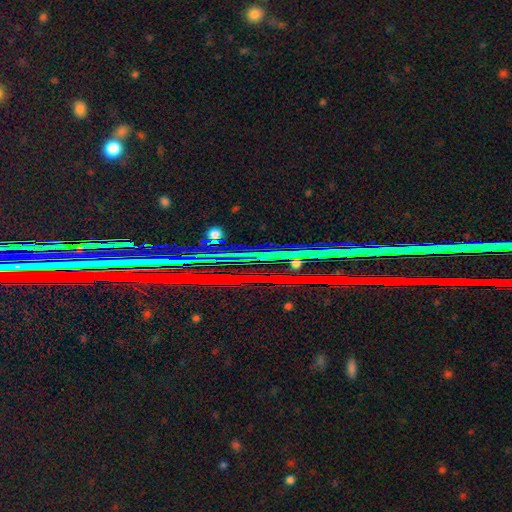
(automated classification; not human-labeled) Smooth or featured: star or artifact — 80% (featured or disk — 11%)